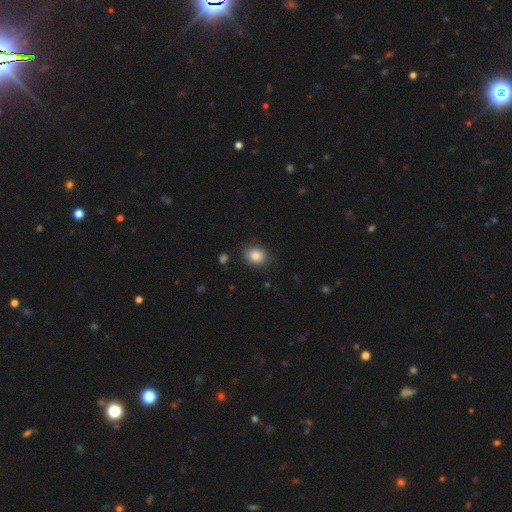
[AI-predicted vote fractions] smooth_or_featured: smooth (p=0.86) [alt: star or artifact p=0.09]
how_rounded: round (p=0.57) [alt: in between p=0.42]
merging: none (p=0.86) [alt: minor disturbance p=0.10]